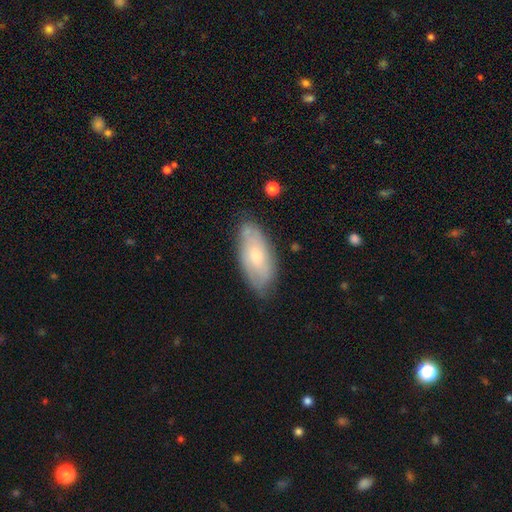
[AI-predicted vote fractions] Smooth or featured? smooth (48%)
Merging? none (74%)